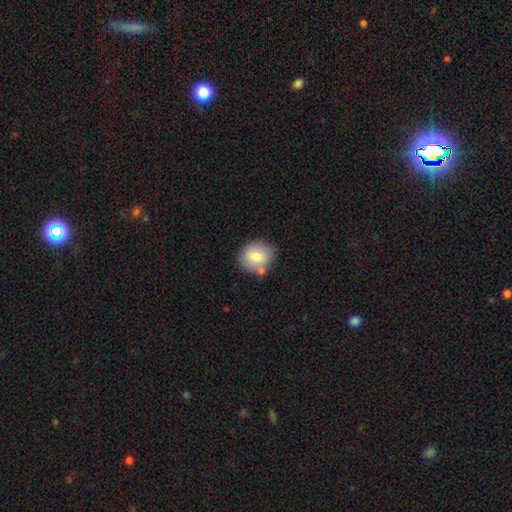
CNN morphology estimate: smooth 77%, featured or disk 15%, star or artifact 8%. Down the decision tree: how rounded — round (74%); merging — none (68%).